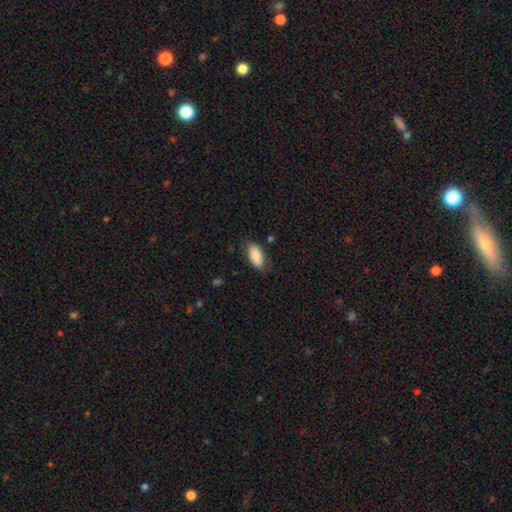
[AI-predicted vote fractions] smooth_or_featured: smooth (p=0.86) [alt: featured or disk p=0.07]
how_rounded: in between (p=0.90) [alt: cigar-shaped p=0.08]
merging: none (p=0.76) [alt: minor disturbance p=0.18]